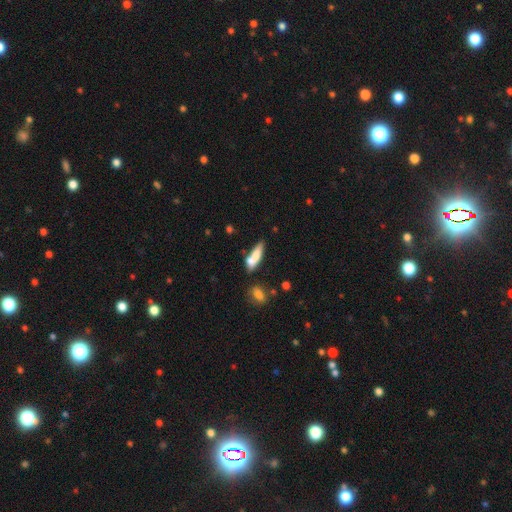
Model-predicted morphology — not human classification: Smooth or featured?
  - smooth: 71% *
  - featured or disk: 21%
  - star or artifact: 8%
How rounded?
  - cigar-shaped: 56% *
  - in between: 42%
  - round: 3%
Merging?
  - none: 43% *
  - merger: 32%
  - minor disturbance: 18%
  - major disturbance: 7%